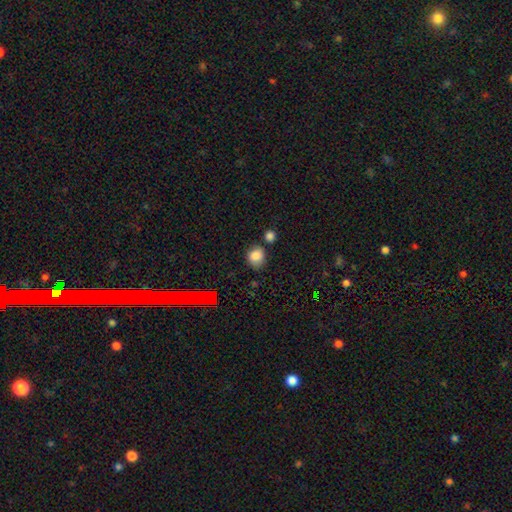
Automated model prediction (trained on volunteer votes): Smooth or featured? smooth (81%)
How rounded? round (66%)
Merging? none (65%)